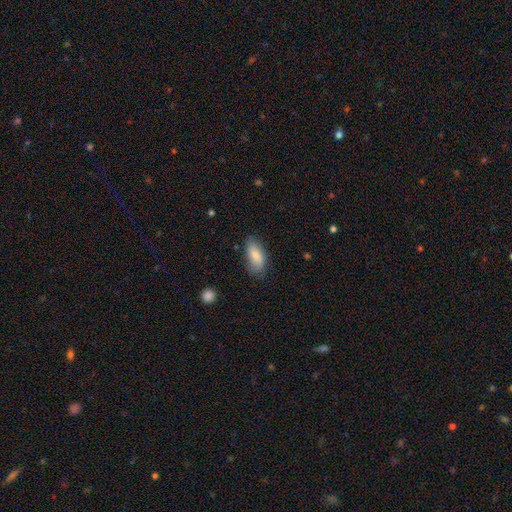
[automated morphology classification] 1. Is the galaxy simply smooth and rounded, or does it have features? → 81% smooth, 13% featured or disk, 6% star or artifact.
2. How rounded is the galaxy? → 87% in between, 11% cigar-shaped, 3% round.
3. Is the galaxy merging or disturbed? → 76% none, 19% minor disturbance, 4% major disturbance, 1% merger.